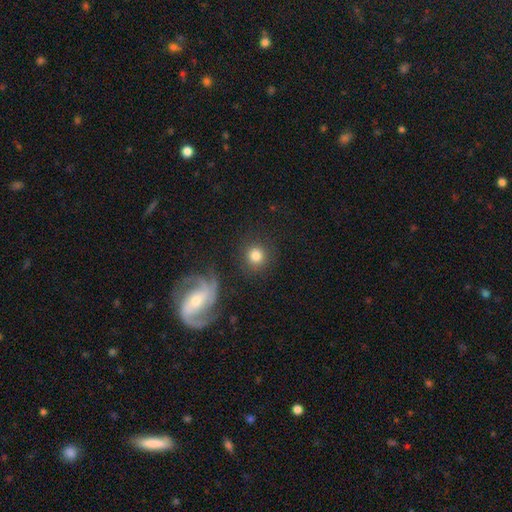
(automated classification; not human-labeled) smooth_or_featured: smooth (p=0.79) [alt: featured or disk p=0.11]
how_rounded: round (p=0.92) [alt: in between p=0.07]
merging: none (p=0.85) [alt: minor disturbance p=0.08]